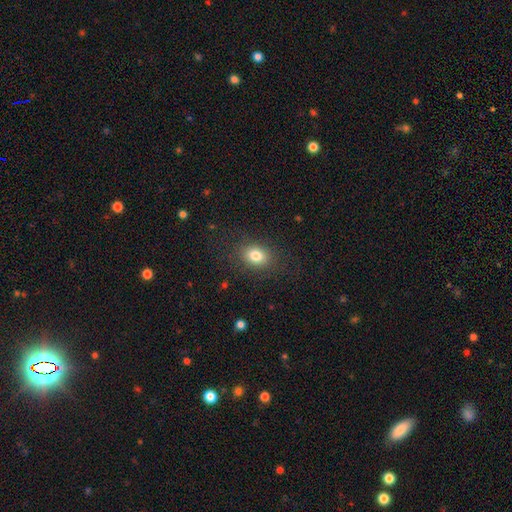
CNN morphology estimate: Q: Smooth or featured?
A: smooth (81%); runner-up: star or artifact (10%)
Q: How rounded?
A: in between (63%); runner-up: round (36%)
Q: Merging?
A: none (84%); runner-up: minor disturbance (11%)